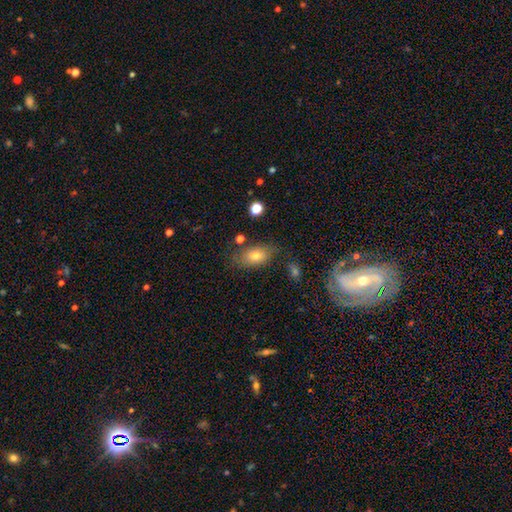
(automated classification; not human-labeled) A smooth galaxy with no disk features (68%) that is in between round and cigar-shaped (87%).

Vote fractions:
- Smooth or featured? smooth: 68% / featured or disk: 21% / star or artifact: 12%
- How rounded? in between: 87% / round: 10% / cigar-shaped: 3%
- Merging? none: 69% / minor disturbance: 19% / major disturbance: 7% / merger: 5%